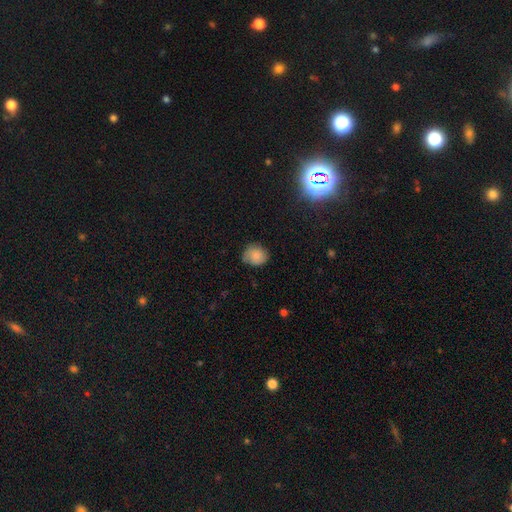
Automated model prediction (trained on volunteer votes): This is likely a smooth galaxy (79%). How rounded: likely round (73%). Merging: likely none (72%).